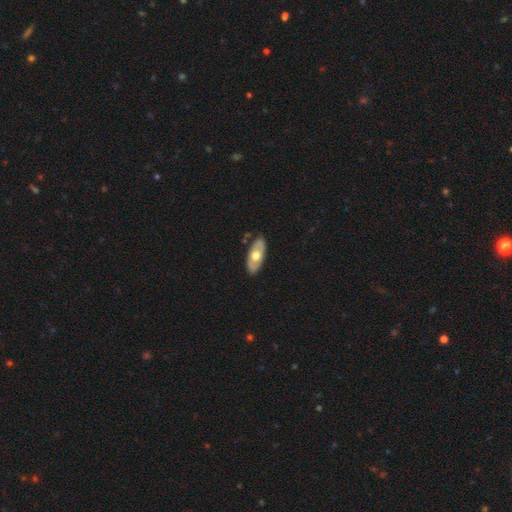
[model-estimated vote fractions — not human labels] The model was most divided on "smooth or featured": smooth: 48%, featured or disk: 47%, star or artifact: 5%. More confident: merging — none (84%).